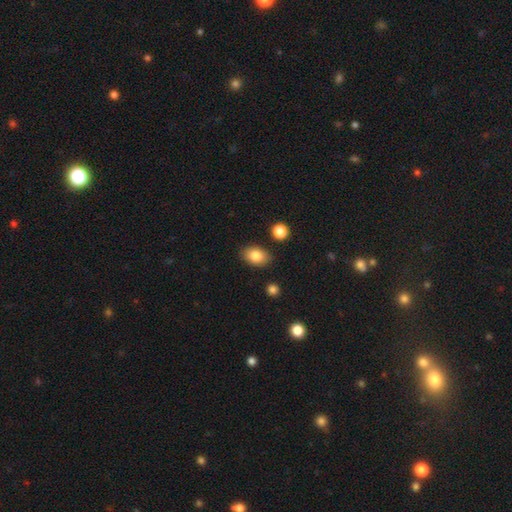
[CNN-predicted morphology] smooth_or_featured: smooth (p=0.83) [alt: featured or disk p=0.09]
how_rounded: in between (p=0.84) [alt: round p=0.15]
merging: none (p=0.85) [alt: minor disturbance p=0.10]